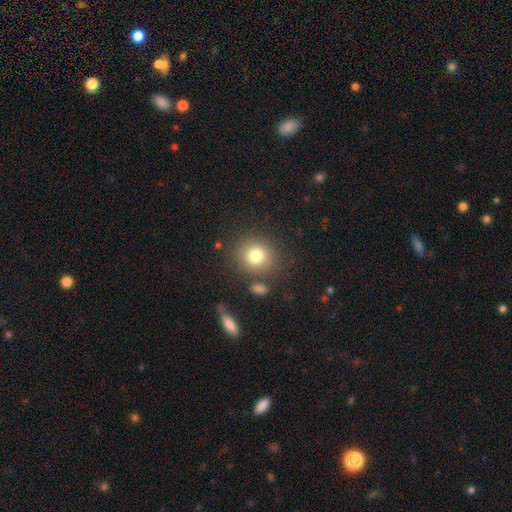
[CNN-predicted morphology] Smooth or featured: smooth — 79% (star or artifact — 12%)
How rounded: round — 81% (in between — 18%)
Merging: none — 81% (minor disturbance — 10%)